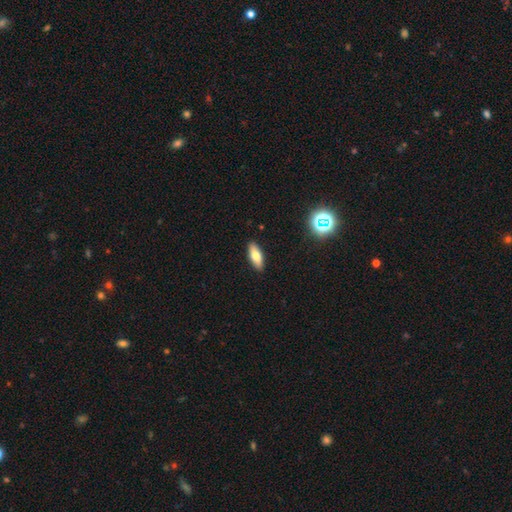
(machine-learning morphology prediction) Q: Smooth or featured?
A: smooth (73%); runner-up: featured or disk (18%)
Q: How rounded?
A: in between (72%); runner-up: cigar-shaped (25%)
Q: Merging?
A: none (90%); runner-up: minor disturbance (7%)